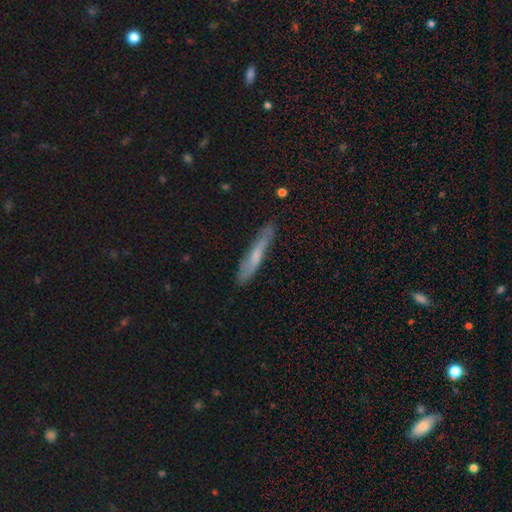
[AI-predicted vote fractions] smooth_or_featured: smooth (p=0.51) [alt: featured or disk p=0.42]
how_rounded: cigar-shaped (p=0.91) [alt: in between p=0.07]
merging: none (p=0.82) [alt: minor disturbance p=0.14]